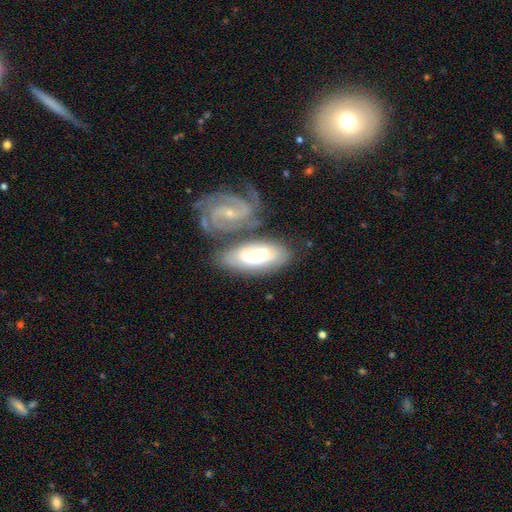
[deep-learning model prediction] smooth-or-featured: featured or disk: 60% | smooth: 34% | star or artifact: 6%
  disk-edge-on: no: 90% | yes: 10%
    bar: no: 59% | weak: 30% | strong: 12%
    has-spiral-arms: yes: 83% | no: 17%
    bulge-size: small: 60% | moderate: 28% | large: 5% | none: 5% | dominant: 2%
  merging: merger: 41% | none: 38% | minor disturbance: 14% | major disturbance: 7%